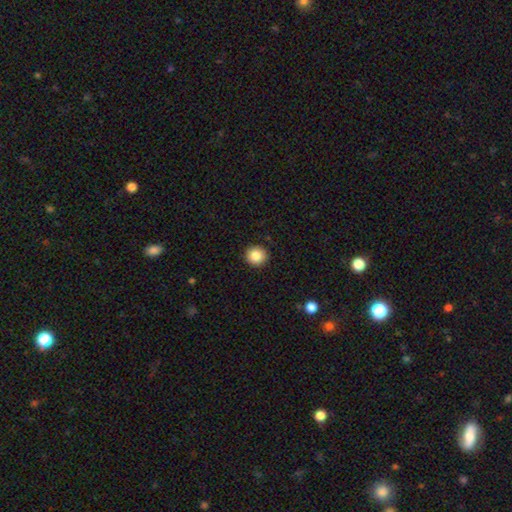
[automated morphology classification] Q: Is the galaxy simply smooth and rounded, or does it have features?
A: smooth — 85%.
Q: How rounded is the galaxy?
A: round — 93%.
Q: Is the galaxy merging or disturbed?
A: none — 92%.